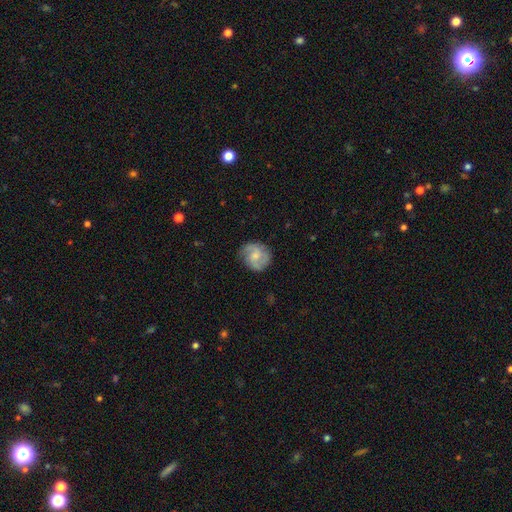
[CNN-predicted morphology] Smooth or featured?
  - featured or disk: 63% *
  - smooth: 30%
  - star or artifact: 7%
Edge-on disk?
  - no: 98% *
  - yes: 2%
Bar?
  - no: 56% *
  - weak: 38%
  - strong: 6%
Spiral arms?
  - yes: 92% *
  - no: 8%
Spiral winding?
  - medium: 47% *
  - tight: 28%
  - loose: 25%
Spiral arm count?
  - 2: 70% *
  - can't tell: 12%
  - 3: 8%
  - 1: 5%
  - 4: 2%
  - more than 4: 2%
Bulge size?
  - small: 50% *
  - moderate: 39%
  - none: 8%
  - large: 2%
  - dominant: 1%
Merging?
  - none: 74% *
  - minor disturbance: 19%
  - major disturbance: 6%
  - merger: 1%